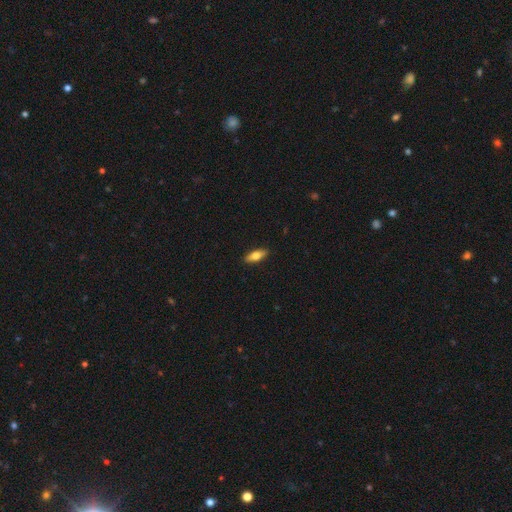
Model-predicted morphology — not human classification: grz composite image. It shows a smooth galaxy with no disk features (74%) that is in between round and cigar-shaped (72%). Merging: none (90%).